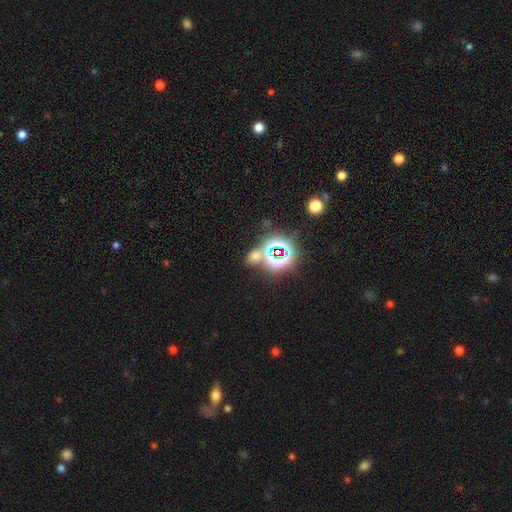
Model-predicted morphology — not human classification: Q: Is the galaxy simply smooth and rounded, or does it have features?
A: star or artifact — 49%.